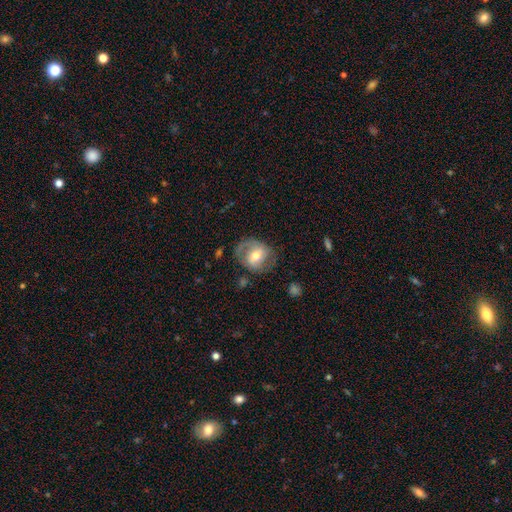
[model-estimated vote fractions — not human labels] Q: Smooth or featured?
A: featured or disk (62%); runner-up: smooth (31%)
Q: Edge-on disk?
A: no (96%); runner-up: yes (4%)
Q: Bar?
A: weak (43%); runner-up: no (30%)
Q: Spiral arms?
A: yes (73%); runner-up: no (27%)
Q: Bulge size?
A: moderate (68%); runner-up: small (21%)
Q: Merging?
A: none (67%); runner-up: minor disturbance (19%)